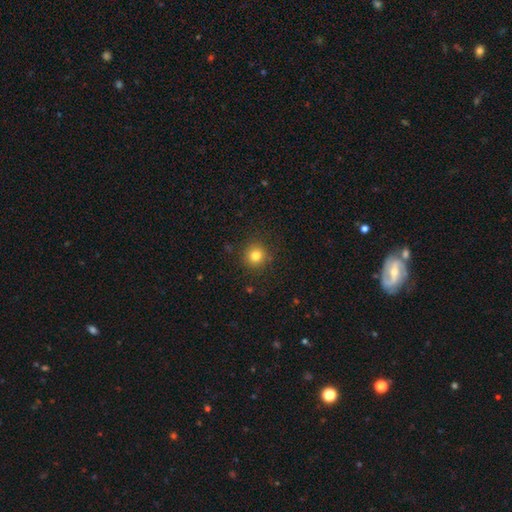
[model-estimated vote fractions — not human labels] A smooth galaxy with no disk features (81%) that is round (93%).

Vote fractions:
- Smooth or featured? smooth: 81% / star or artifact: 13% / featured or disk: 6%
- How rounded? round: 93% / in between: 6% / cigar-shaped: 1%
- Merging? none: 90% / minor disturbance: 7% / major disturbance: 2% / merger: 1%